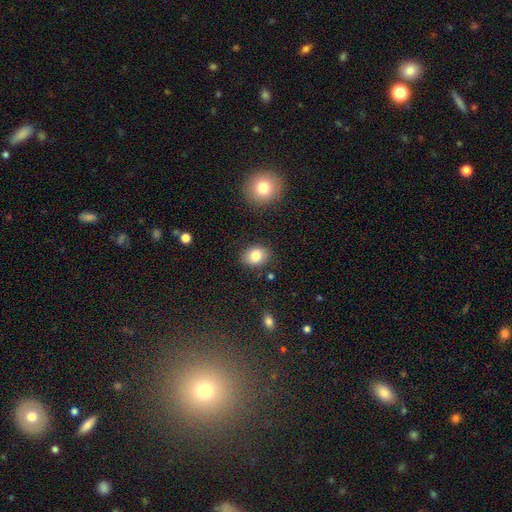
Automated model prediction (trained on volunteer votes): Morphology: type=smooth (83%); roundness=in between (57%); merging=none (85%).